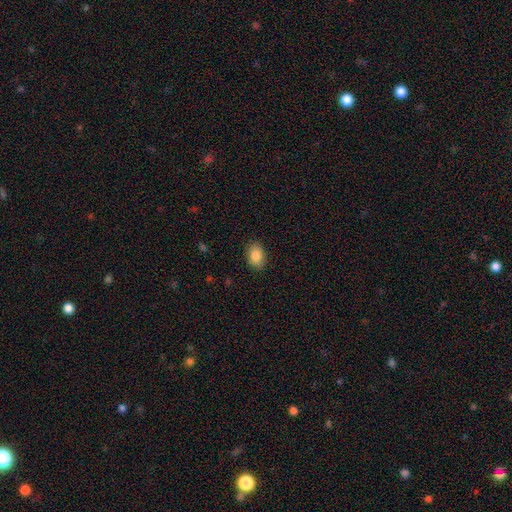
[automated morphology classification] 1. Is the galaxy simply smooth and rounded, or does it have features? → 87% smooth, 7% star or artifact, 6% featured or disk.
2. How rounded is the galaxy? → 84% in between, 15% round, 1% cigar-shaped.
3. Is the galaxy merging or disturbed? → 88% none, 9% minor disturbance, 2% major disturbance, 1% merger.